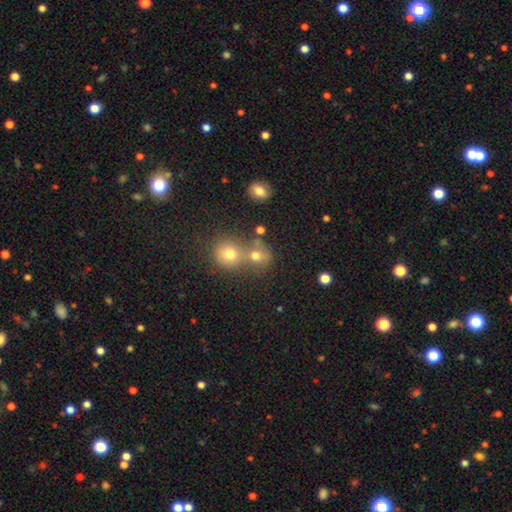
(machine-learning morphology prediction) A smooth galaxy with no disk features (72%) that is round (75%).

Vote fractions:
- Smooth or featured? smooth: 72% / star or artifact: 16% / featured or disk: 12%
- How rounded? round: 75% / in between: 24% / cigar-shaped: 1%
- Merging? merger: 48% / none: 39% / minor disturbance: 9% / major disturbance: 5%